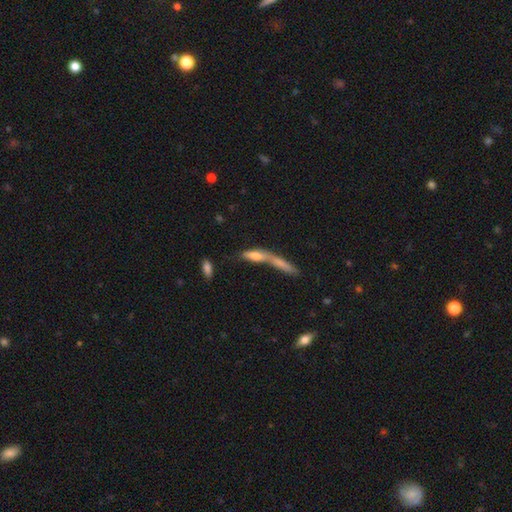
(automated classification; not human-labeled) Overall: smooth (63%; featured or disk 28%). How rounded: cigar-shaped (64%; in between 32%). Merging: merger (61%; none 24%).